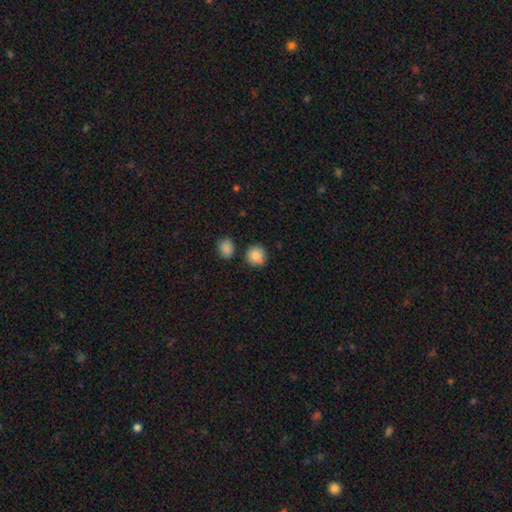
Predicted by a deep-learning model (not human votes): This appears to be a smooth galaxy with no disk features (86%) that is round (90%). Merging: none (78%).